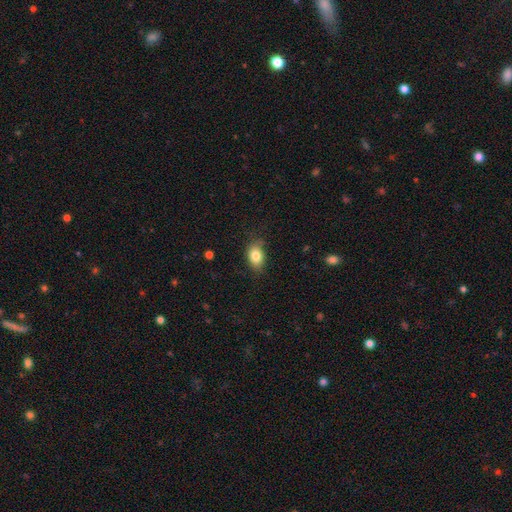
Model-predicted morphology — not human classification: Overall: smooth (82%). How rounded: in between (82%). Merging: none (76%).